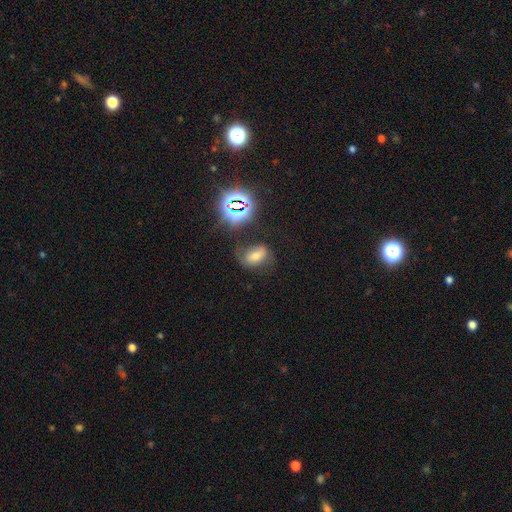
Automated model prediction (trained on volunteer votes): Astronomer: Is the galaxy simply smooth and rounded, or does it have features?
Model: smooth — 54%.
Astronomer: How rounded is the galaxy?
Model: in between — 83%.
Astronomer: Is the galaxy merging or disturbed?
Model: none — 55%.